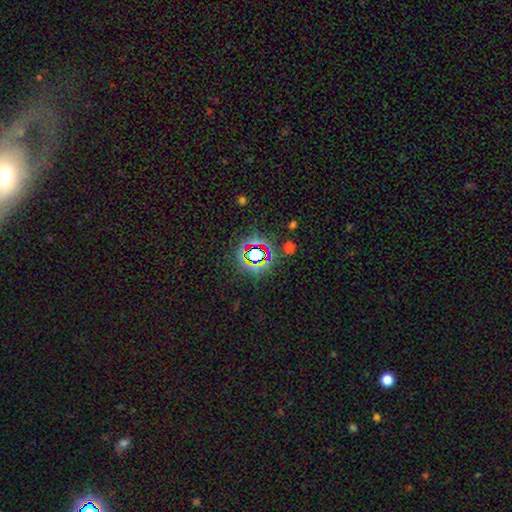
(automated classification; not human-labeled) Overall: star or artifact (69%).